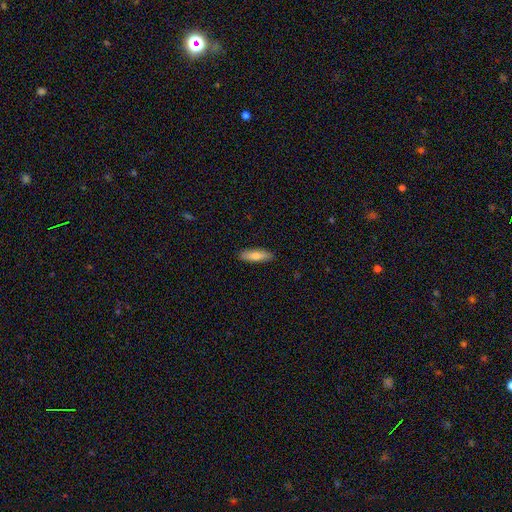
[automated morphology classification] Smooth or featured? Predicted: smooth (p=0.75). How rounded? Predicted: in between (p=0.53). Merging? Predicted: none (p=0.89).